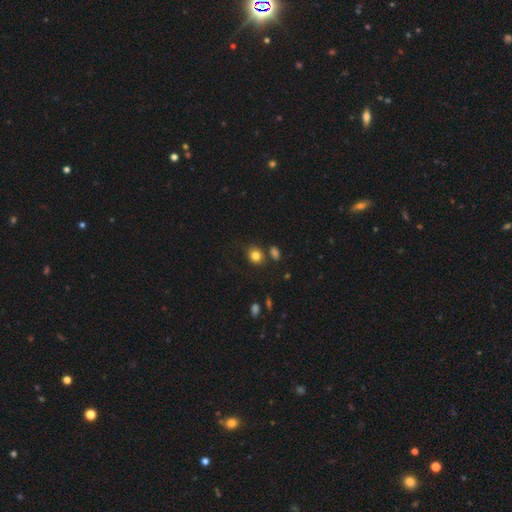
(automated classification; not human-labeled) smooth-or-featured: smooth: 82% | star or artifact: 12% | featured or disk: 7%
  how-rounded: round: 68% | in between: 31% | cigar-shaped: 1%
  merging: none: 72% | minor disturbance: 14% | merger: 10% | major disturbance: 4%